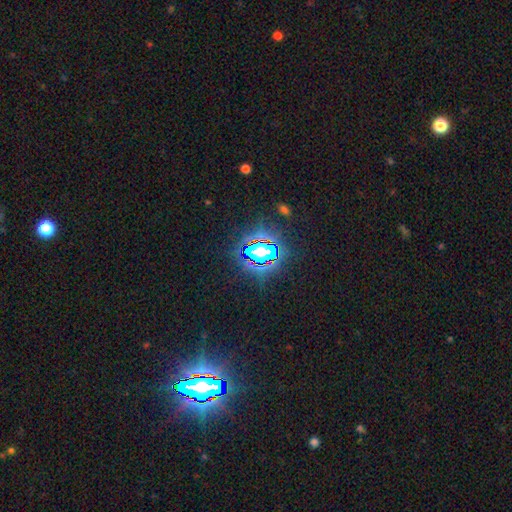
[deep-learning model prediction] smooth_or_featured: star or artifact (p=0.75) [alt: smooth p=0.14]